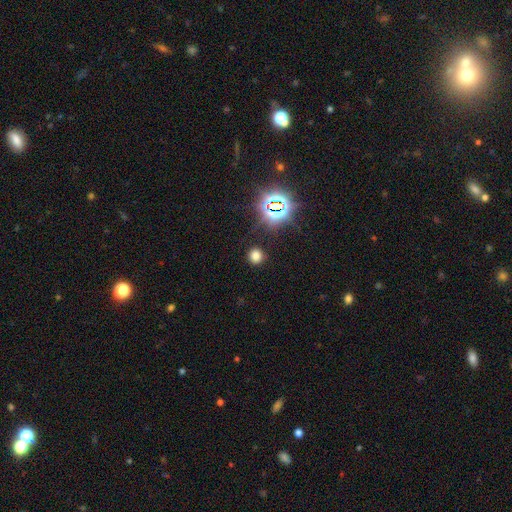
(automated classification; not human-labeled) Overall: smooth (70%). How rounded: round (88%). Merging: none (88%).